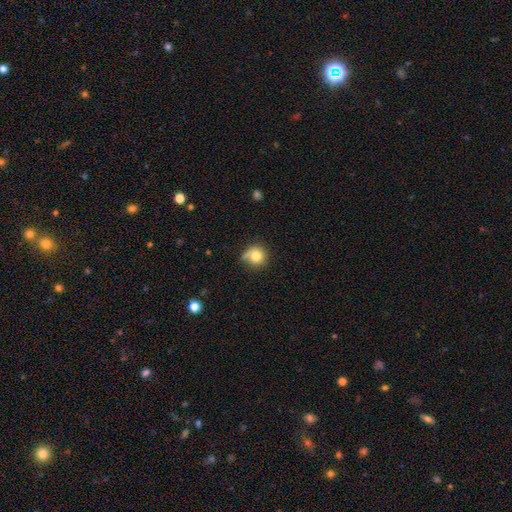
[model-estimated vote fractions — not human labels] Q: Smooth or featured?
A: smooth (78%); runner-up: featured or disk (12%)
Q: How rounded?
A: round (89%); runner-up: in between (10%)
Q: Merging?
A: none (59%); runner-up: minor disturbance (25%)